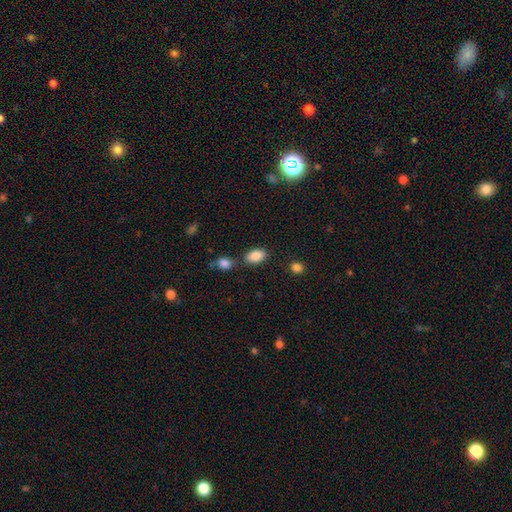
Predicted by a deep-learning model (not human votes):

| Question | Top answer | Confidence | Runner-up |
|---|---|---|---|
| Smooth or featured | smooth | 86% | star or artifact (8%) |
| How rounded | in between | 88% | round (11%) |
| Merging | none | 71% | minor disturbance (14%) |